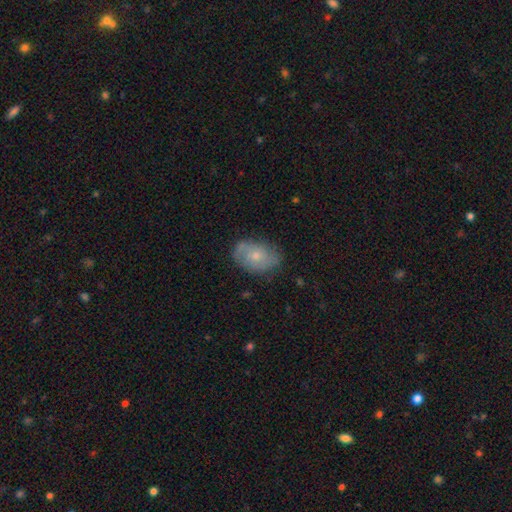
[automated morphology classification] Smooth or featured?
  - smooth: 49% *
  - featured or disk: 43%
  - star or artifact: 8%
Merging?
  - none: 72% *
  - minor disturbance: 21%
  - major disturbance: 6%
  - merger: 1%